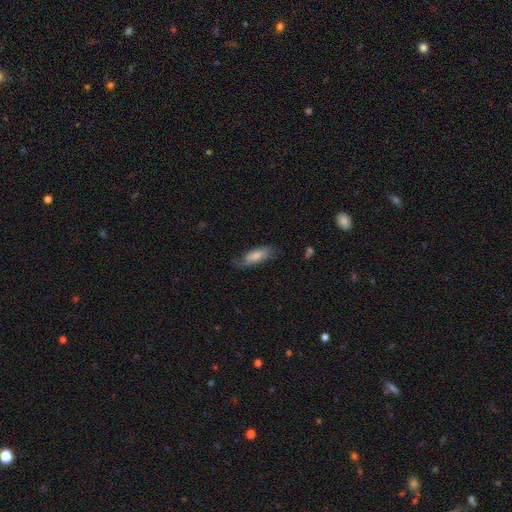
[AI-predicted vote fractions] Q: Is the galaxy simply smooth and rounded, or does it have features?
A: smooth — 64%.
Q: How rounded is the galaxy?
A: in between — 71%.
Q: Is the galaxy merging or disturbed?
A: none — 58%.